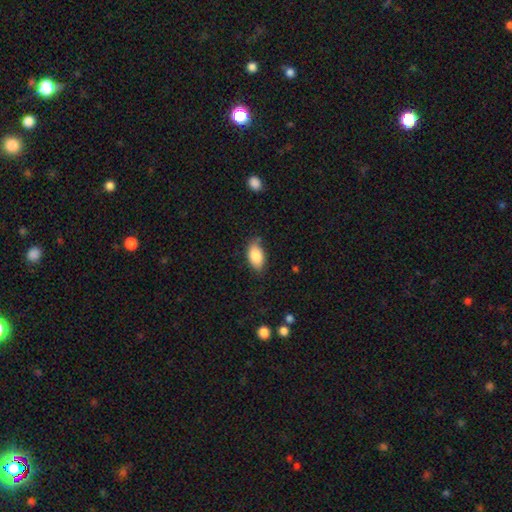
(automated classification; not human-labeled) A smooth galaxy with no disk features (84%) that is in between round and cigar-shaped (92%). Merging: none (74%).